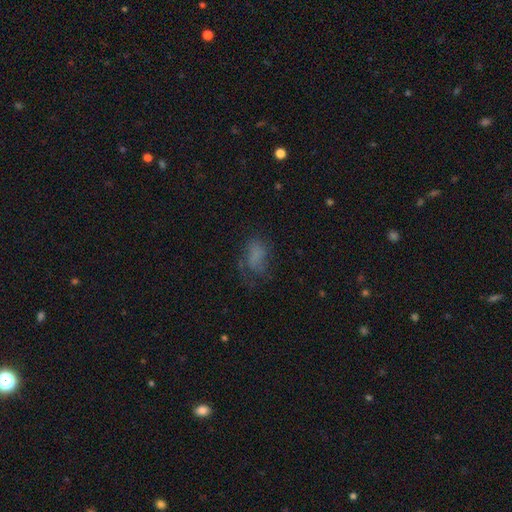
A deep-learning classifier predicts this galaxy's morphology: Smooth or featured? smooth (59%)
How rounded? in between (84%)
Merging? none (44%)